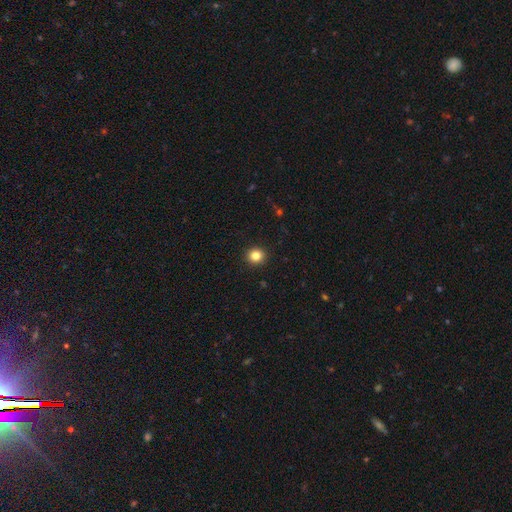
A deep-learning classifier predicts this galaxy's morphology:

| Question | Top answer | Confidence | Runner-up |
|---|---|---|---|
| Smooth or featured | smooth | 83% | star or artifact (12%) |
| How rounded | round | 90% | in between (9%) |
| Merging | none | 93% | minor disturbance (5%) |